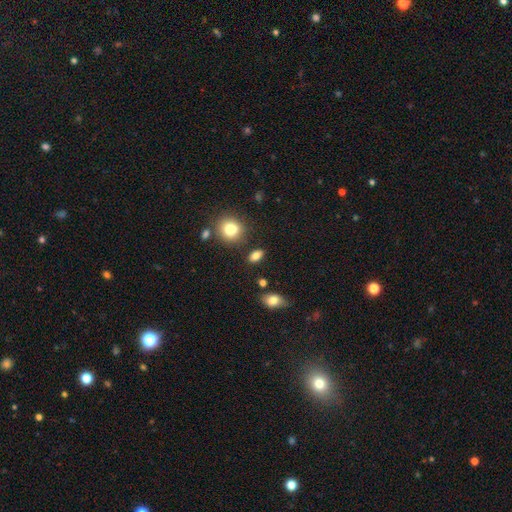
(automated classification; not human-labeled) smooth 82%, star or artifact 10%, featured or disk 8%. Down the decision tree: how rounded — in between (80%); merging — none (80%).